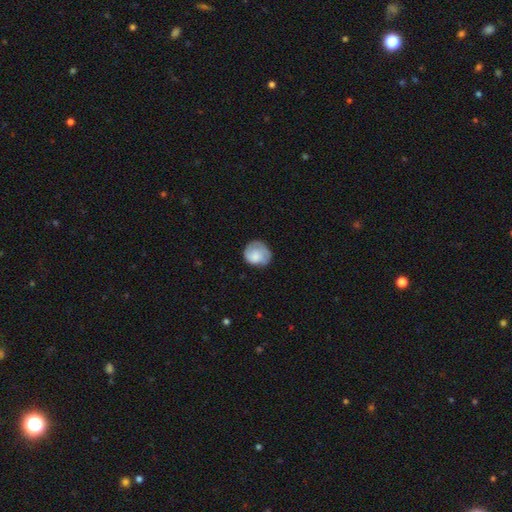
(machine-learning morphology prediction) Smooth or featured? smooth (60%)
How rounded? round (77%)
Merging? none (63%)